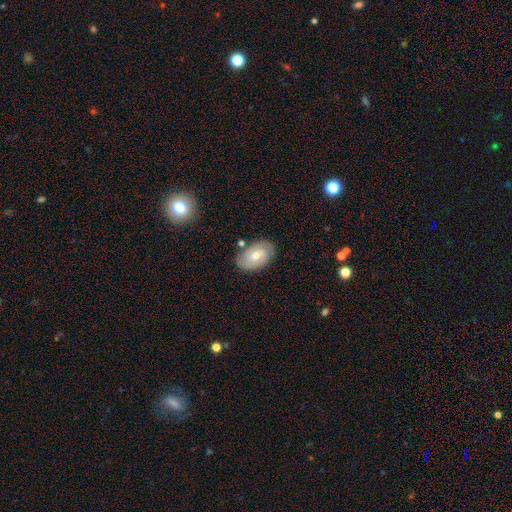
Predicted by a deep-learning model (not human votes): smooth_or_featured: smooth (p=0.47) [tied with: featured or disk p=0.47]
merging: none (p=0.78) [alt: minor disturbance p=0.14]